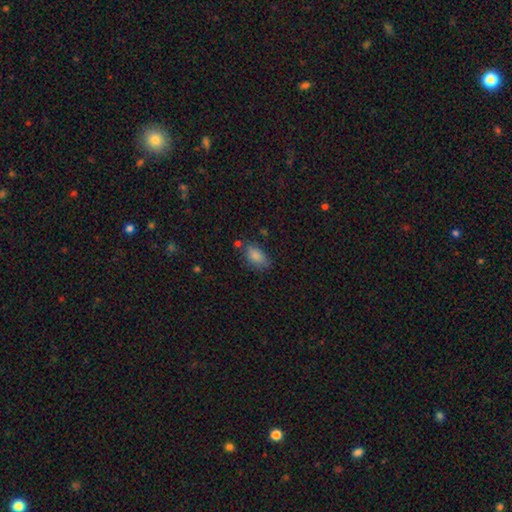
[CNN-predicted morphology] Overall: smooth (85%). How rounded: in between (91%). Merging: none (70%).